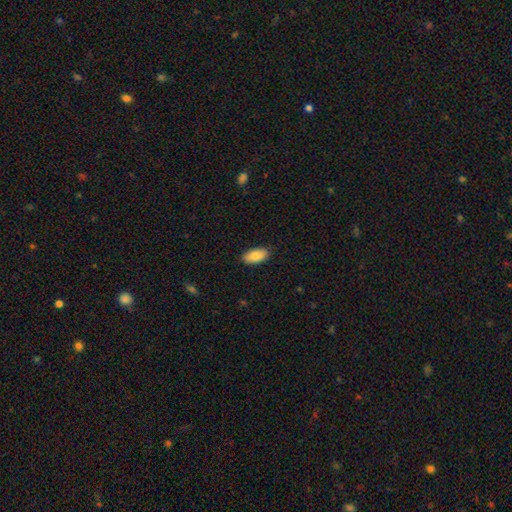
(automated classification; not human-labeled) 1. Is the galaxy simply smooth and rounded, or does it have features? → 85% smooth, 9% featured or disk, 6% star or artifact.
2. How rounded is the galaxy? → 93% in between, 5% cigar-shaped, 3% round.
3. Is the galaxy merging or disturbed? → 88% none, 9% minor disturbance, 2% major disturbance, 1% merger.